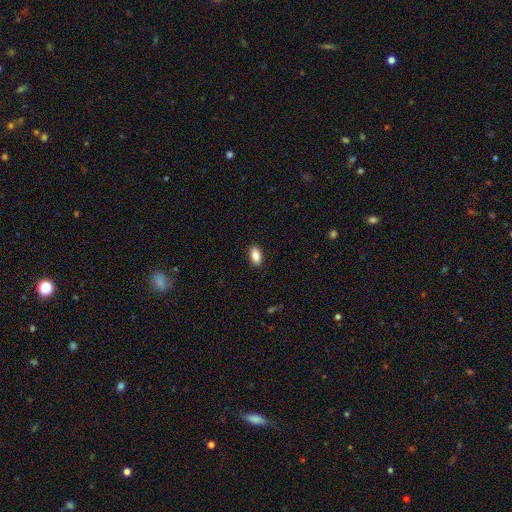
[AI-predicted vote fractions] Smooth or featured? smooth (88%)
How rounded? in between (90%)
Merging? none (89%)